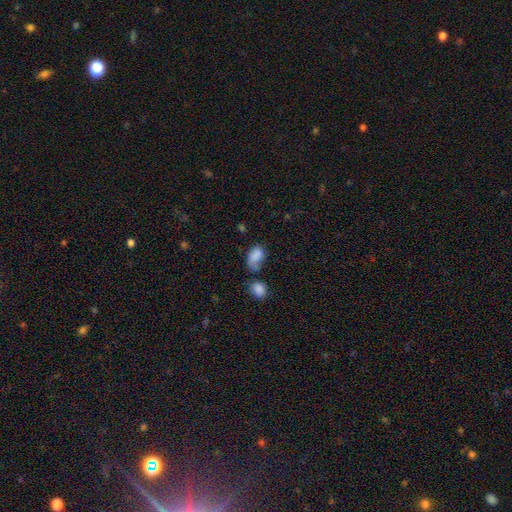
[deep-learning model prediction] Morphology: type=smooth (84%); roundness=in between (89%); merging=none (38%).